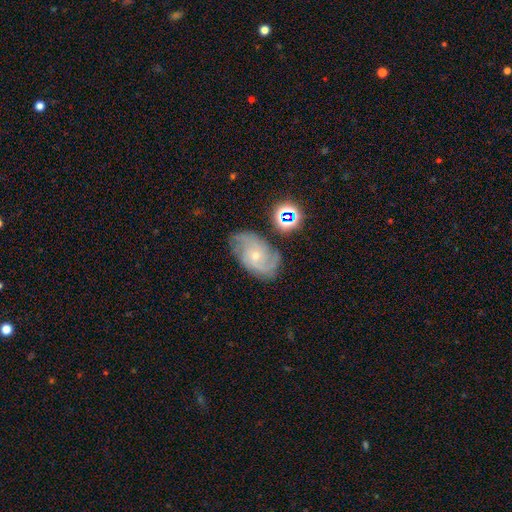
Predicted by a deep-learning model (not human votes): The model was most divided on "spiral winding": medium: 45%, tight: 38%, loose: 17%. Remaining: edge-on disk — no (96%); spiral arms — yes (94%); smooth or featured — featured or disk (77%); bulge size — small (70%); merging — none (68%); bar — no (68%); spiral arm count — 2 (39%).